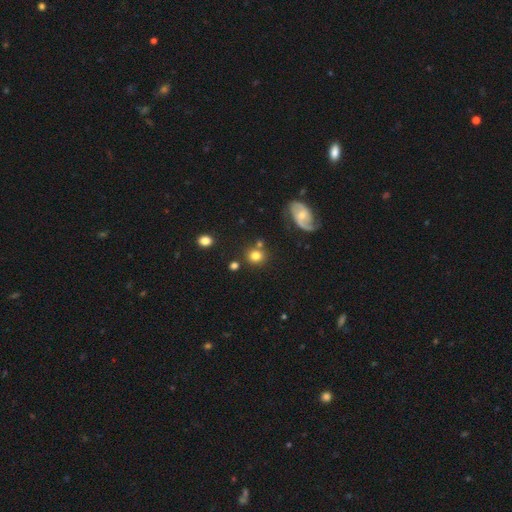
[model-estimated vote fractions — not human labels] Smooth or featured? smooth (75%)
How rounded? round (86%)
Merging? none (75%)